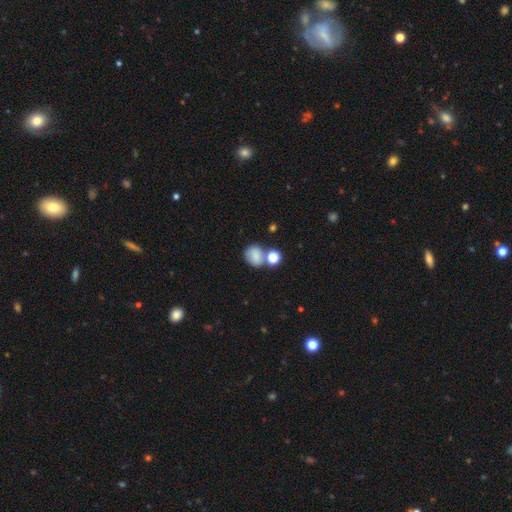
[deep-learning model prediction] Smooth or featured? Predicted: smooth (p=0.77). How rounded? Predicted: round (p=0.56). Merging? Predicted: none (p=0.46).